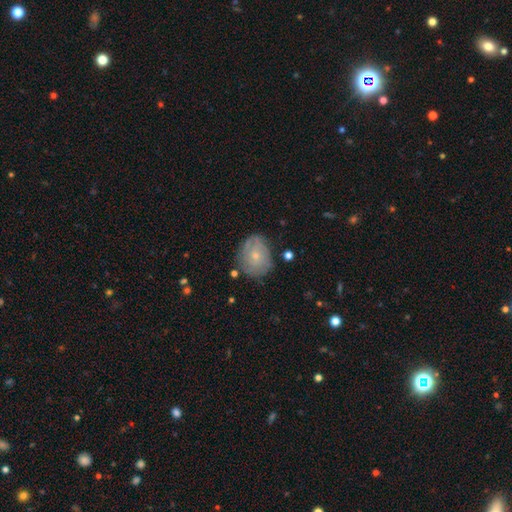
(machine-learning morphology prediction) type=featured or disk (53%); edge-on=no (97%); bar=no (84%); spiral arms=yes (71%); bulge=small (72%); merging=none (69%).